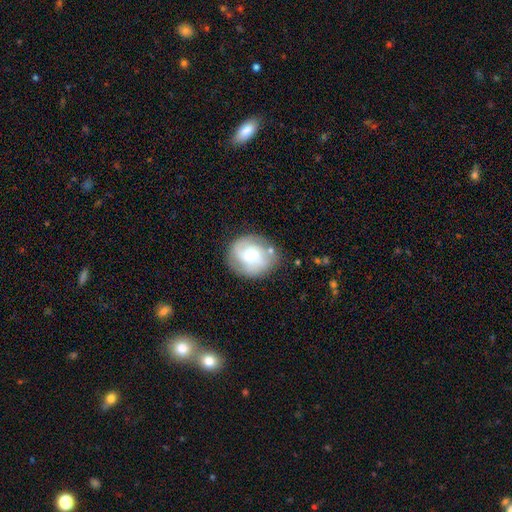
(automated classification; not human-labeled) Smooth or featured? Predicted: featured or disk (p=0.61). Edge-on disk? Predicted: no (p=0.97). Bar? Predicted: no (p=0.62). Spiral arms? Predicted: yes (p=0.80). Bulge size? Predicted: moderate (p=0.65). Merging? Predicted: none (p=0.75).